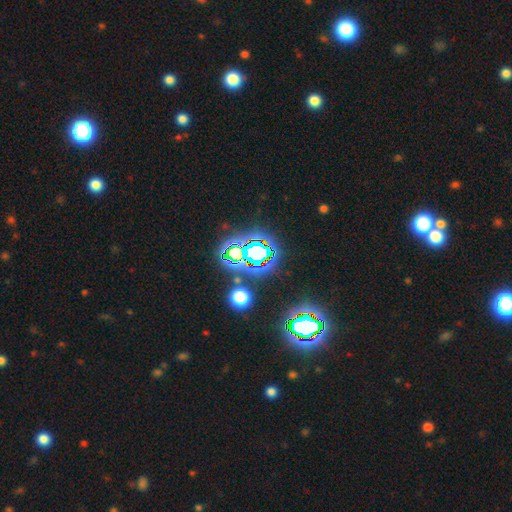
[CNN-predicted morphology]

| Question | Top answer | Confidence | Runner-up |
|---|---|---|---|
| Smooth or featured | star or artifact | 72% | smooth (16%) |